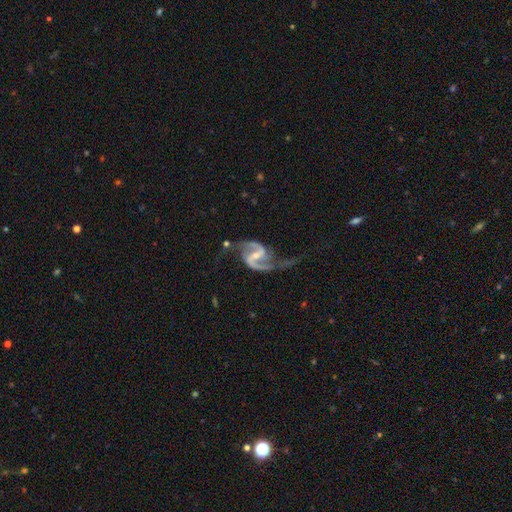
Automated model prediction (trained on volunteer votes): Q: Smooth or featured?
A: featured or disk (93%); runner-up: star or artifact (4%)
Q: Edge-on disk?
A: no (98%); runner-up: yes (2%)
Q: Bar?
A: strong (45%); runner-up: weak (41%)
Q: Spiral arms?
A: yes (98%); runner-up: no (2%)
Q: Spiral winding?
A: loose (50%); runner-up: medium (42%)
Q: Spiral arm count?
A: 2 (94%); runner-up: can't tell (1%)
Q: Bulge size?
A: small (58%); runner-up: moderate (35%)
Q: Merging?
A: none (62%); runner-up: minor disturbance (19%)